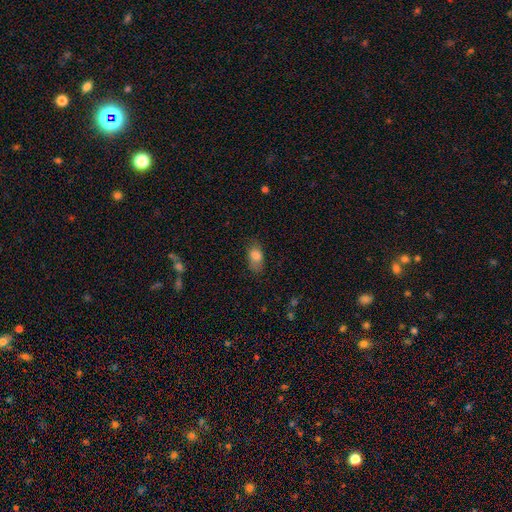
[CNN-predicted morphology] A smooth galaxy with no disk features (81%) that is in between round and cigar-shaped (87%).

Vote fractions:
- Smooth or featured? smooth: 81% / featured or disk: 10% / star or artifact: 9%
- How rounded? in between: 87% / round: 10% / cigar-shaped: 3%
- Merging? none: 64% / minor disturbance: 26% / major disturbance: 8% / merger: 2%